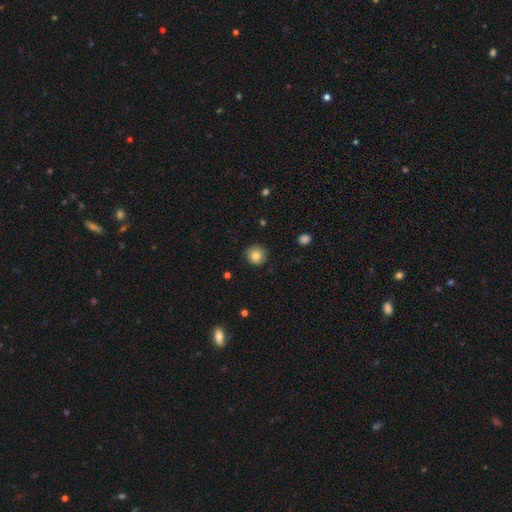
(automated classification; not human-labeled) Q: Smooth or featured?
A: smooth (82%); runner-up: star or artifact (9%)
Q: How rounded?
A: round (94%); runner-up: in between (6%)
Q: Merging?
A: none (88%); runner-up: minor disturbance (9%)